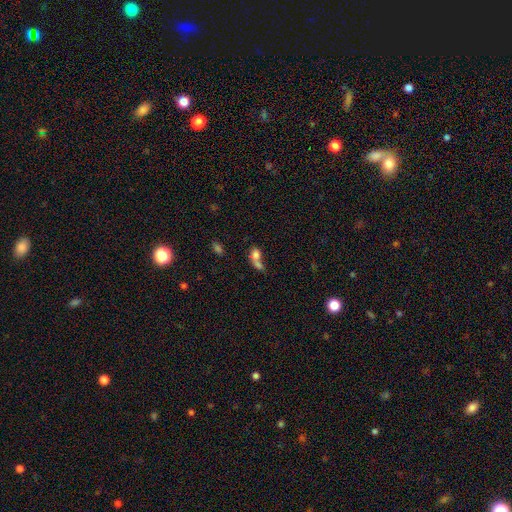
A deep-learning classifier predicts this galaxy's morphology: A smooth galaxy with no disk features (72%) that is in between round and cigar-shaped (62%).

Vote fractions:
- Smooth or featured? smooth: 72% / featured or disk: 17% / star or artifact: 11%
- How rounded? in between: 62% / round: 34% / cigar-shaped: 4%
- Merging? merger: 65% / none: 18% / major disturbance: 9% / minor disturbance: 7%